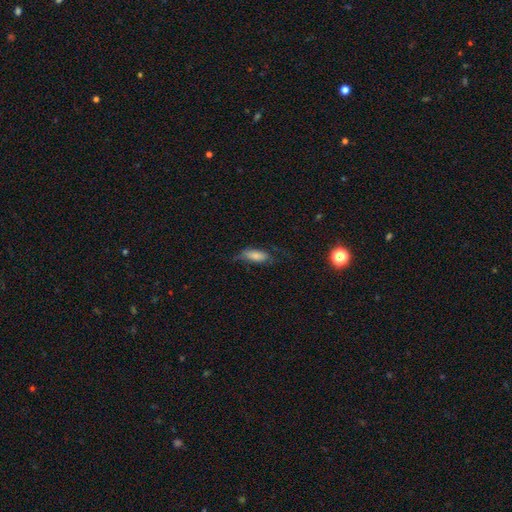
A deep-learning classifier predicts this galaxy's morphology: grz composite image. It shows a smooth galaxy with no disk features (71%) that is in between round and cigar-shaped (75%). Merging: none (45%).